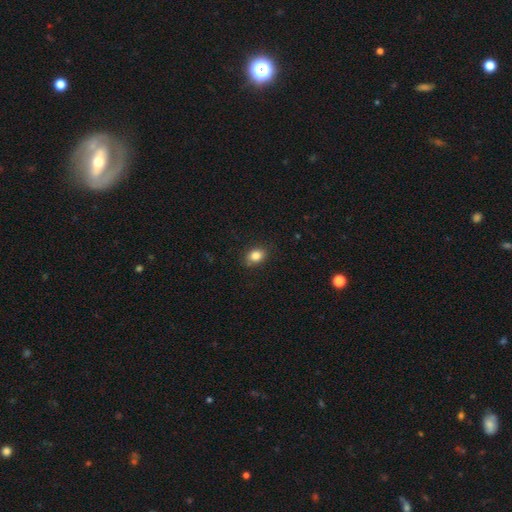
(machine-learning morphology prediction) Smooth or featured? Predicted: smooth (p=0.84). How rounded? Predicted: in between (p=0.63). Merging? Predicted: none (p=0.84).